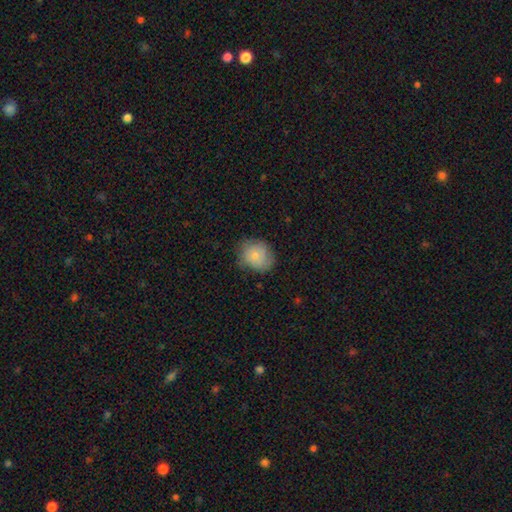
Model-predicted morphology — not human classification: Smooth or featured? Predicted: smooth (p=0.77). How rounded? Predicted: round (p=0.65). Merging? Predicted: none (p=0.67).